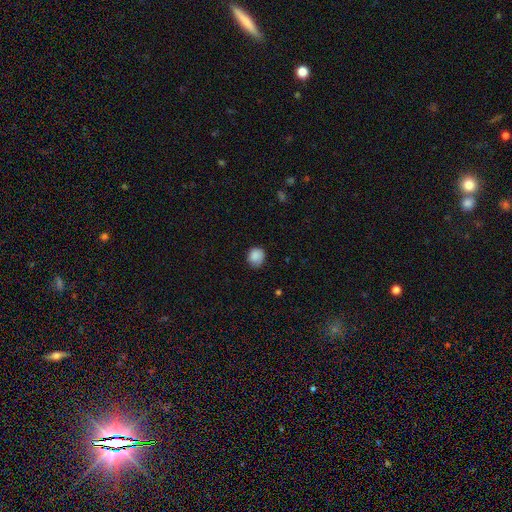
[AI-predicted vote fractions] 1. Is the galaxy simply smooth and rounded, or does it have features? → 87% smooth, 8% star or artifact, 5% featured or disk.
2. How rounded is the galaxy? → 75% round, 25% in between, 1% cigar-shaped.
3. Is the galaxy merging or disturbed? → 72% none, 23% minor disturbance, 4% major disturbance, 1% merger.